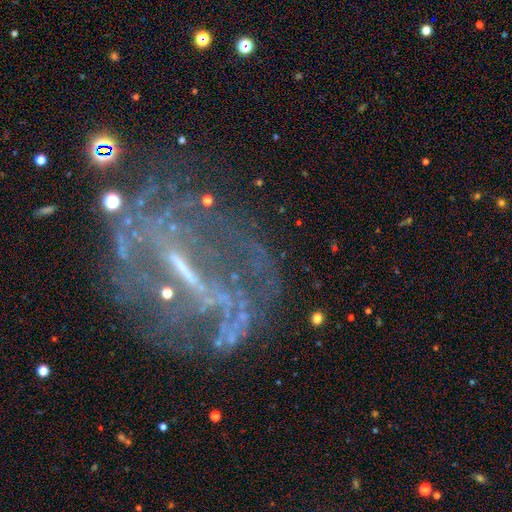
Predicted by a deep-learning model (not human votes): This is likely a featured or disk galaxy (78%). It is clearly not viewed edge-on (92%). Bar: possibly strong (53%). Spiral arm pattern: likely yes (64%). Central bulge: marginally none (39%). Merging: possibly none (54%).